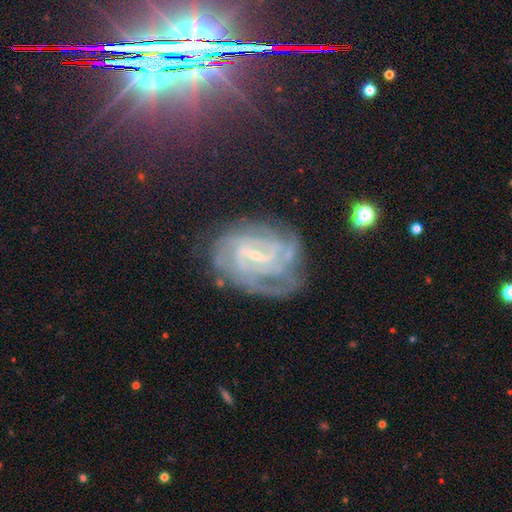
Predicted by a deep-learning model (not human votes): Overall: featured or disk (83%). Edge-on disk: no (97%). Bar: weak (50%; strong 33%). Spiral arms: yes (96%). Spiral arm count: can't tell (30%; 3 21%). Spiral winding: tight (65%; medium 29%). Bulge size: small (72%). Merging: none (67%).